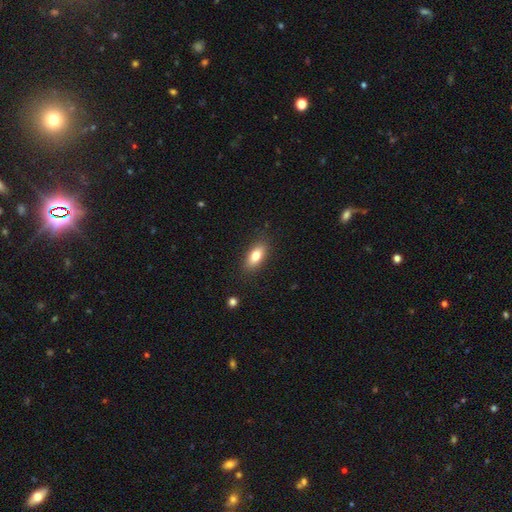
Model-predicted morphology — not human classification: Overall: smooth (78%). How rounded: in between (84%). Merging: none (86%).